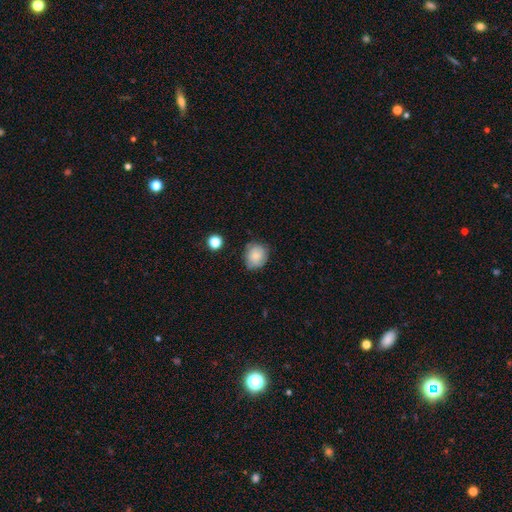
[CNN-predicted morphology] smooth-or-featured: smooth: 72% | featured or disk: 18% | star or artifact: 10%
  how-rounded: round: 69% | in between: 30% | cigar-shaped: 1%
  merging: none: 71% | minor disturbance: 22% | major disturbance: 5% | merger: 2%